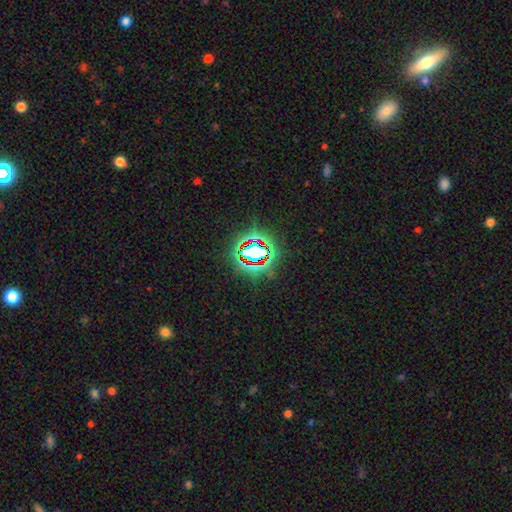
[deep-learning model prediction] Q: Smooth or featured?
A: star or artifact (78%); runner-up: smooth (12%)